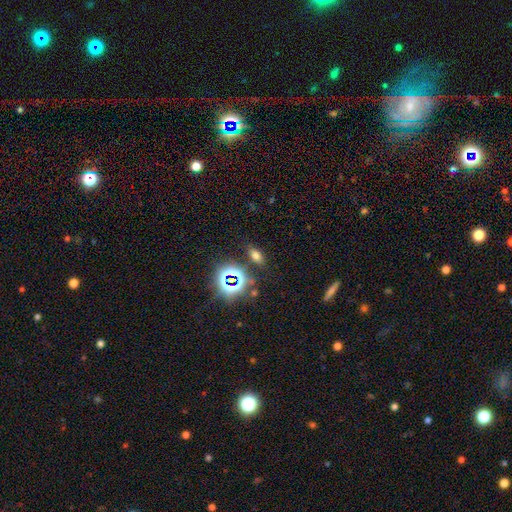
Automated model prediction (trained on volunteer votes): This appears to be a smooth galaxy with no disk features (58%) that is in between round and cigar-shaped (81%). Merging: none (82%).